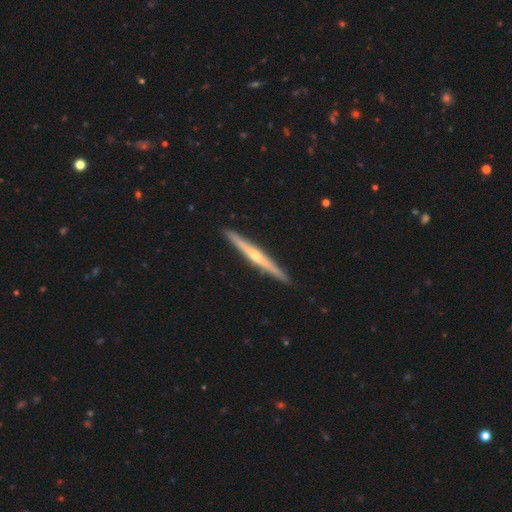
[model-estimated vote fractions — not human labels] featured or disk 74%, smooth 21%, star or artifact 5%. Down the decision tree: edge-on disk — yes (98%); edge-on bulge — rounded (78%); merging — none (92%).